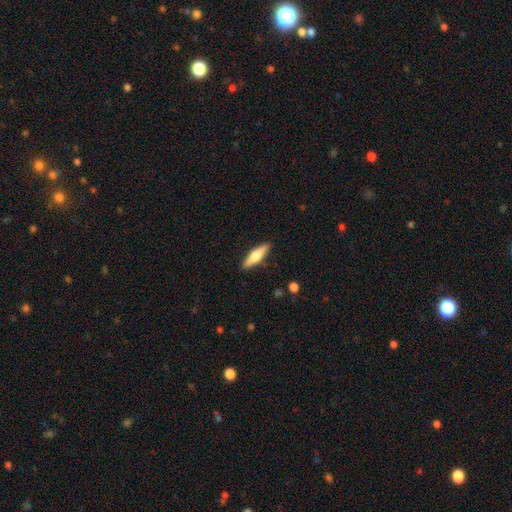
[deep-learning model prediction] smooth 53%, featured or disk 42%, star or artifact 6%. Down the decision tree: how rounded — cigar-shaped (64%); merging — none (89%).